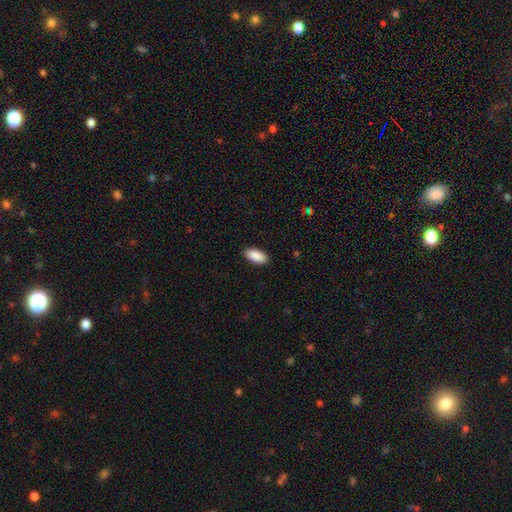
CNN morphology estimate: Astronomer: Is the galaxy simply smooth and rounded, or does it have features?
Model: smooth — 91%.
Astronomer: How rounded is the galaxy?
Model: in between — 93%.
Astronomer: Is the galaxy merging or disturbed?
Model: none — 89%.